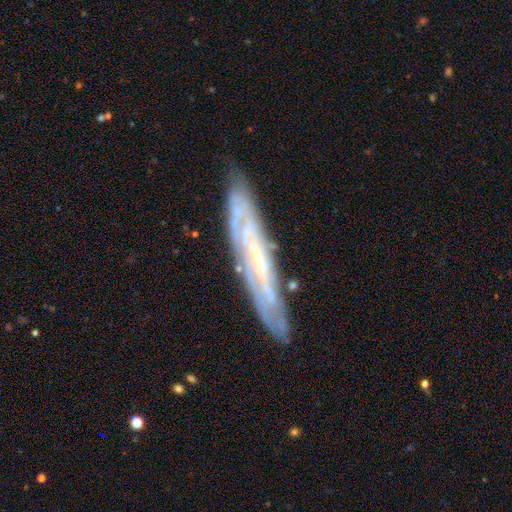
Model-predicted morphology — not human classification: Smooth or featured? Predicted: featured or disk (p=0.72). Edge-on disk? Predicted: yes (p=0.58). Merging? Predicted: none (p=0.80).